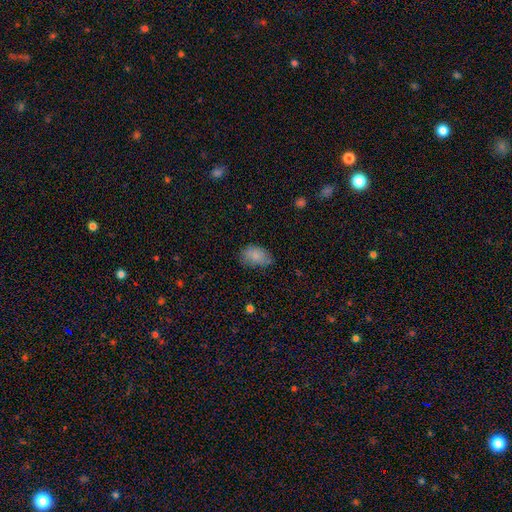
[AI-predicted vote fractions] This is clearly a smooth galaxy (83%). How rounded: clearly in between (87%). Merging: likely none (64%).